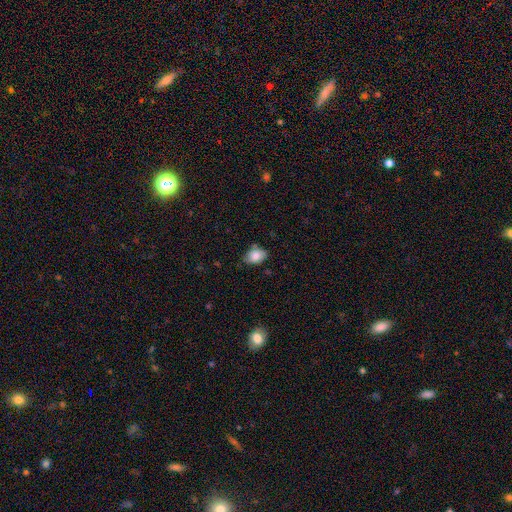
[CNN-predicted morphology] A smooth galaxy with no disk features (83%) that is in between round and cigar-shaped (83%).

Vote fractions:
- Smooth or featured? smooth: 83% / featured or disk: 10% / star or artifact: 8%
- How rounded? in between: 83% / round: 16% / cigar-shaped: 1%
- Merging? none: 69% / minor disturbance: 23% / merger: 4% / major disturbance: 4%